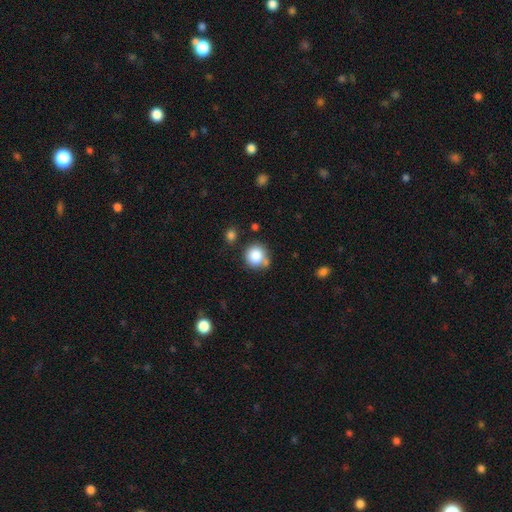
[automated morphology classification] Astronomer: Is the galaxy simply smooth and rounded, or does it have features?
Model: smooth — 85%.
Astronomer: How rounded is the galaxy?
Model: round — 90%.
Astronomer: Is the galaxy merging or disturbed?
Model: none — 67%.